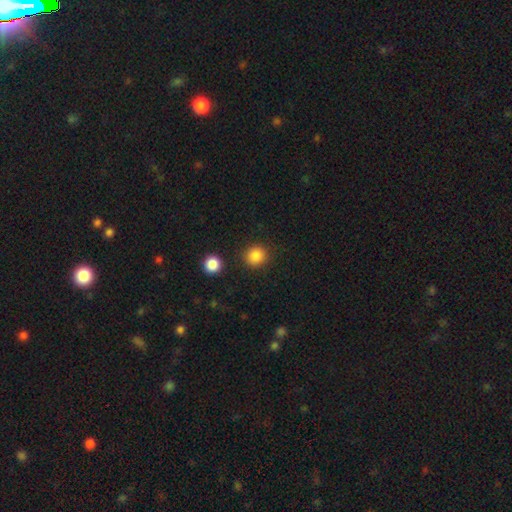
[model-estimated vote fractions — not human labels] Overall: smooth (86%). How rounded: round (90%). Merging: none (88%).